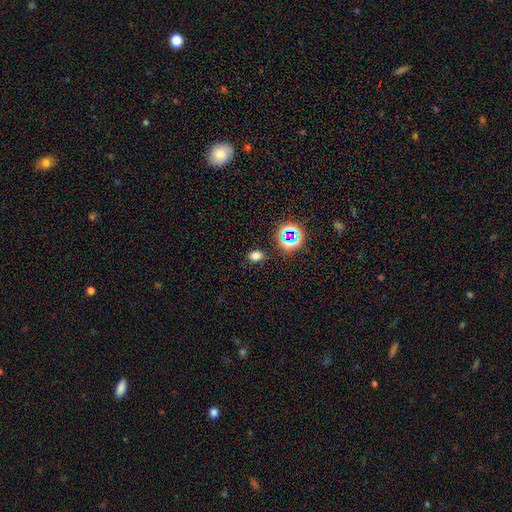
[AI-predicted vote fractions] The model was most divided on "how rounded": in between: 60%, round: 39%, cigar-shaped: 1%. More confident: merging — none (85%); smooth or featured — smooth (71%).